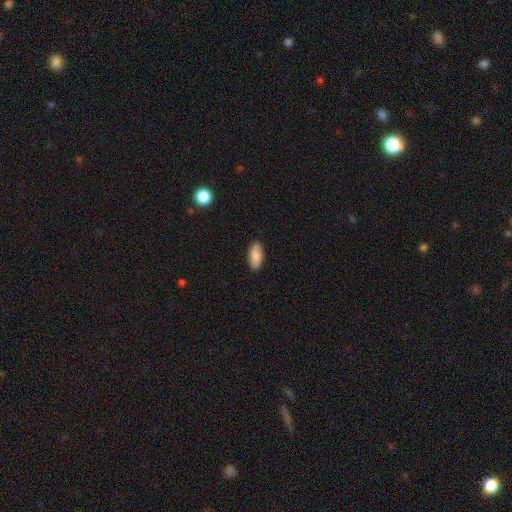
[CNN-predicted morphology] smooth-or-featured: smooth: 84% | featured or disk: 10% | star or artifact: 6%
  how-rounded: in between: 87% | cigar-shaped: 11% | round: 2%
  merging: none: 88% | minor disturbance: 9% | major disturbance: 2% | merger: 1%